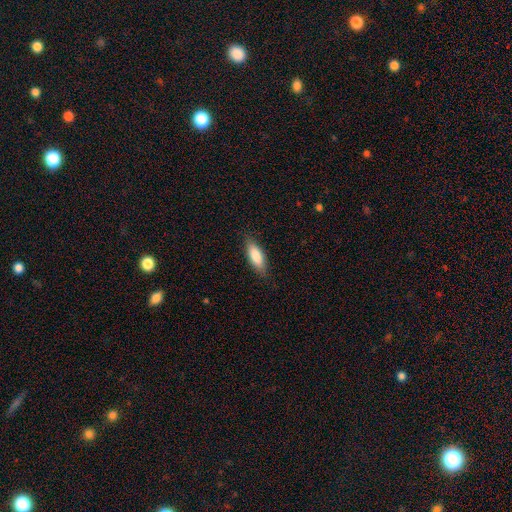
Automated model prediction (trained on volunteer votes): The model was most divided on "how rounded": in between: 66%, cigar-shaped: 32%, round: 2%. More confident: merging — none (84%); smooth or featured — smooth (84%).